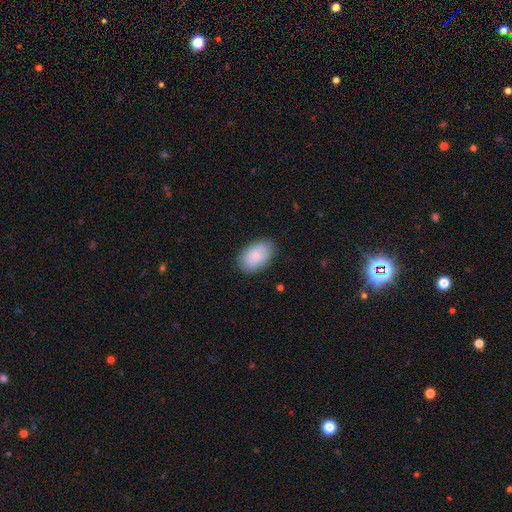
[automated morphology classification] This is clearly a smooth galaxy (83%). How rounded: clearly in between (92%). Merging: clearly none (82%).